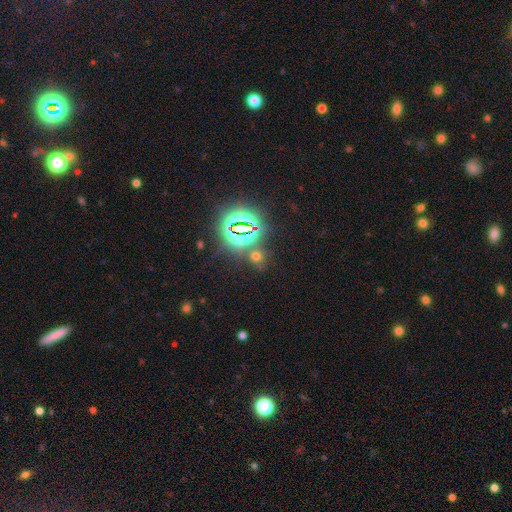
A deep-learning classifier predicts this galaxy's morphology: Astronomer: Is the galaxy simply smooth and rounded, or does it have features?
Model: star or artifact — 55% (runner-up: smooth, 38%).